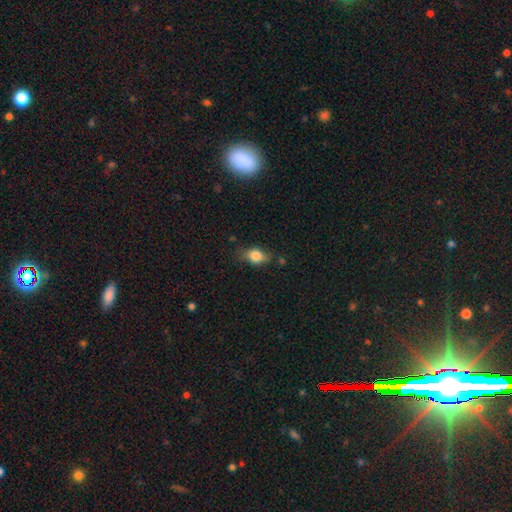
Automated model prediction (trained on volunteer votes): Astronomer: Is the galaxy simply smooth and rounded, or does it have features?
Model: smooth — 74%.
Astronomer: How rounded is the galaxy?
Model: in between — 72%.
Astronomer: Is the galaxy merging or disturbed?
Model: none — 66%.